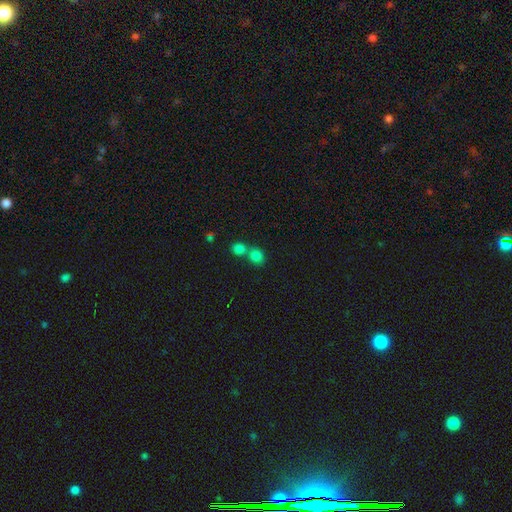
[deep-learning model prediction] Overall: smooth (81%). How rounded: round (77%). Merging: merger (47%; none 44%).